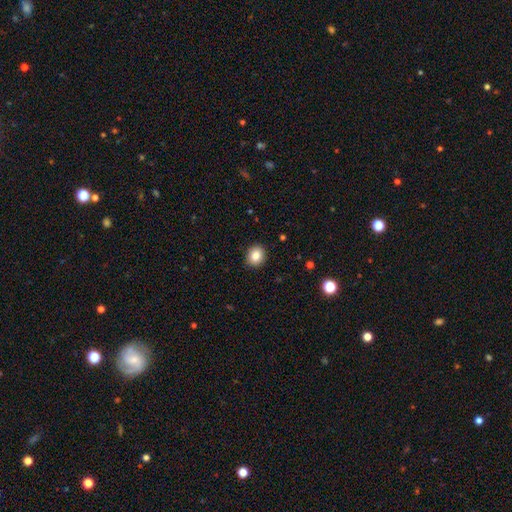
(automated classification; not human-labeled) smooth 84%, star or artifact 10%, featured or disk 6%. Down the decision tree: how rounded — round (73%); merging — none (91%).